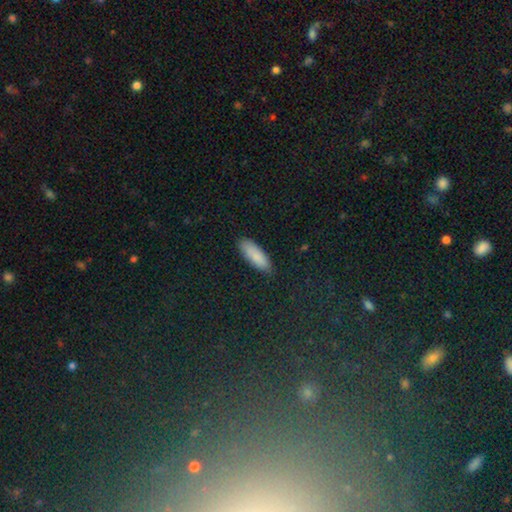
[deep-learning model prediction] The model was most divided on "how rounded": in between: 68%, cigar-shaped: 31%, round: 2%. More confident: smooth or featured — smooth (87%); merging — none (84%).